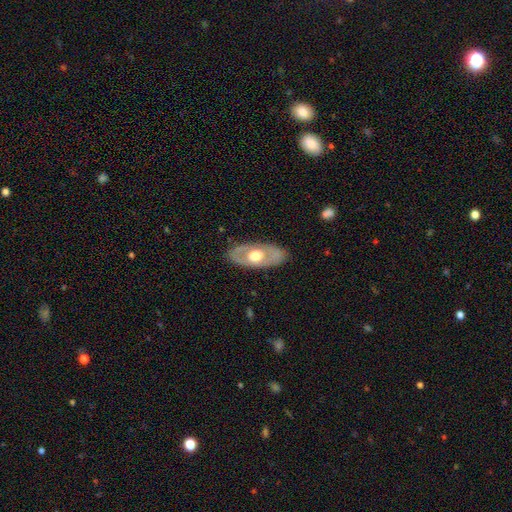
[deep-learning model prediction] The model was most divided on "smooth or featured": featured or disk: 58%, smooth: 38%, star or artifact: 5%. More confident: merging — none (83%); edge-on disk — no (81%).